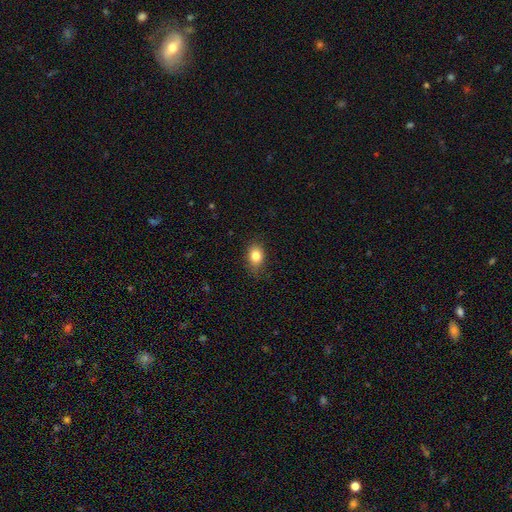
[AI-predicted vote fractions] Smooth or featured: smooth — 83% (star or artifact — 10%)
How rounded: in between — 67% (round — 31%)
Merging: none — 74% (minor disturbance — 20%)